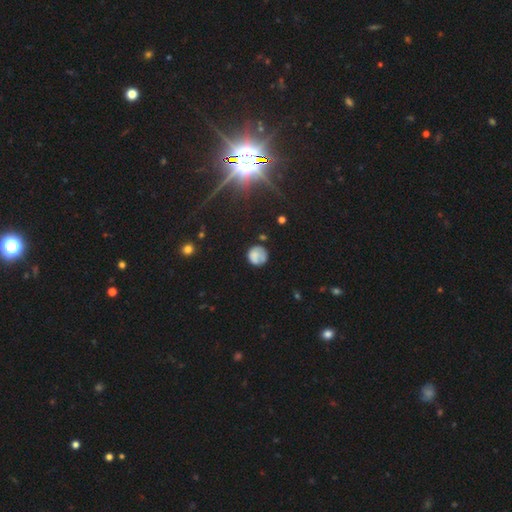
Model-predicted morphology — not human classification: A smooth galaxy with no disk features (70%) that is round (84%). Merging: none (62%).